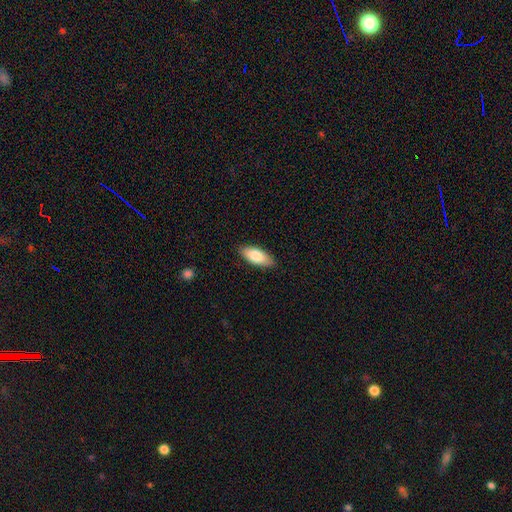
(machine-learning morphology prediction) Smooth or featured?
  - smooth: 82% *
  - featured or disk: 12%
  - star or artifact: 6%
How rounded?
  - in between: 84% *
  - cigar-shaped: 14%
  - round: 2%
Merging?
  - none: 86% *
  - minor disturbance: 11%
  - major disturbance: 2%
  - merger: 1%